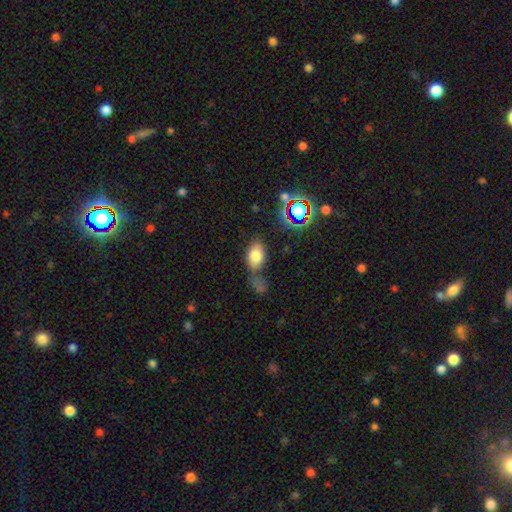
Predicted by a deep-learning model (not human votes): Q: Smooth or featured?
A: smooth (76%); runner-up: featured or disk (12%)
Q: How rounded?
A: in between (86%); runner-up: round (13%)
Q: Merging?
A: none (57%); runner-up: minor disturbance (19%)